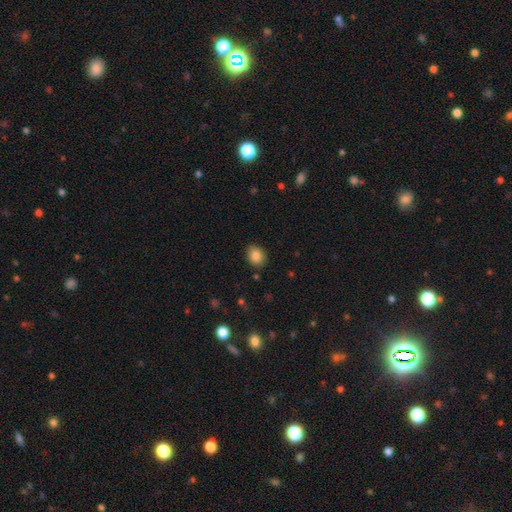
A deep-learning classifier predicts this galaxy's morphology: Q: Smooth or featured?
A: smooth (86%); runner-up: star or artifact (9%)
Q: How rounded?
A: in between (54%); runner-up: round (45%)
Q: Merging?
A: none (87%); runner-up: minor disturbance (9%)